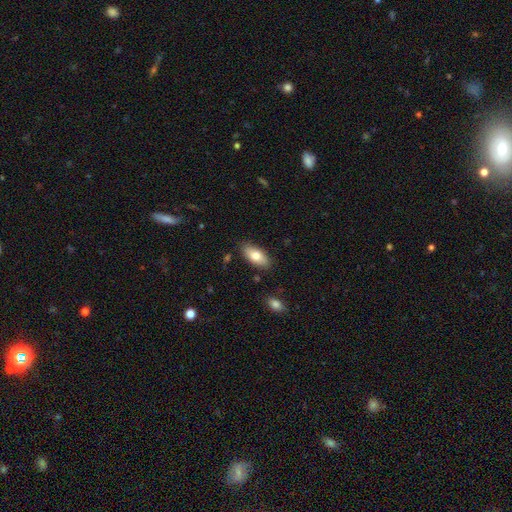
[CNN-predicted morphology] A smooth galaxy with no disk features (78%) that is in between round and cigar-shaped (89%). Merging: none (85%).